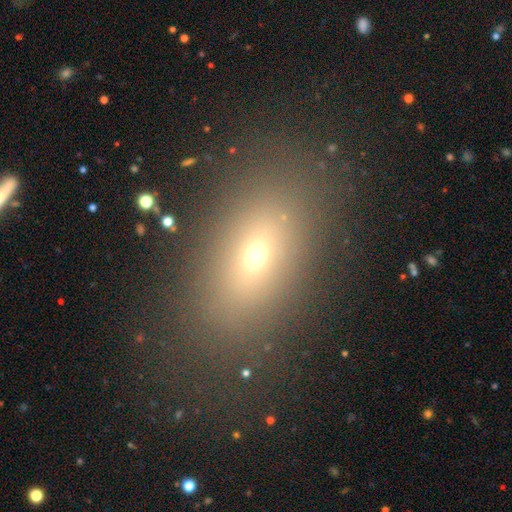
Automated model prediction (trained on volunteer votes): Q: Smooth or featured?
A: smooth (63%); runner-up: star or artifact (20%)
Q: How rounded?
A: in between (79%); runner-up: round (14%)
Q: Merging?
A: none (81%); runner-up: minor disturbance (10%)